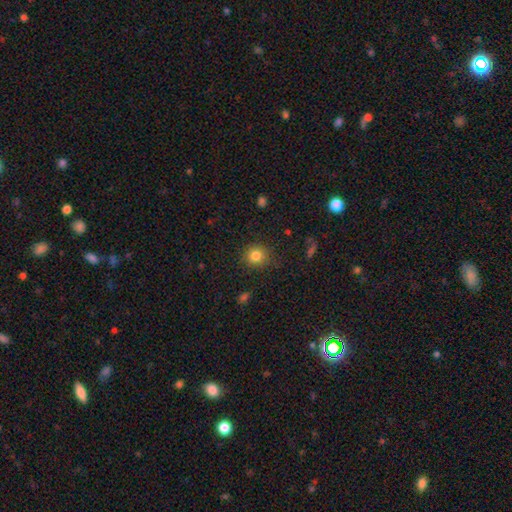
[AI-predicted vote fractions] This appears to be a smooth galaxy with no disk features (82%) that is round (91%). Merging: none (87%).